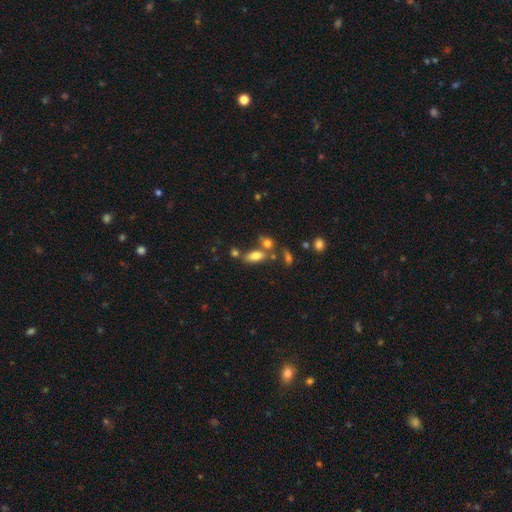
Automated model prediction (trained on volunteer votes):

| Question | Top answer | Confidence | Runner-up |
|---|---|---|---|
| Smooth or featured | smooth | 76% | featured or disk (13%) |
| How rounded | in between | 82% | cigar-shaped (13%) |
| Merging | none | 54% | merger (26%) |